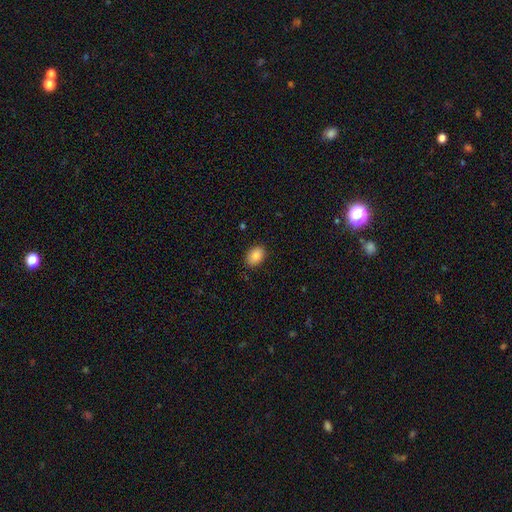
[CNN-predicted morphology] smooth_or_featured: smooth (p=0.86) [alt: star or artifact p=0.08]
how_rounded: in between (p=0.81) [alt: round p=0.18]
merging: none (p=0.87) [alt: minor disturbance p=0.10]